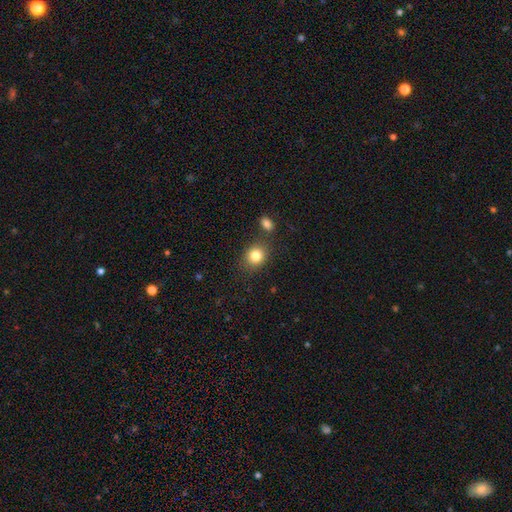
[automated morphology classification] A smooth galaxy with no disk features (82%) that is round (68%).

Vote fractions:
- Smooth or featured? smooth: 82% / star or artifact: 10% / featured or disk: 7%
- How rounded? round: 68% / in between: 31% / cigar-shaped: 1%
- Merging? none: 77% / minor disturbance: 11% / merger: 9% / major disturbance: 3%